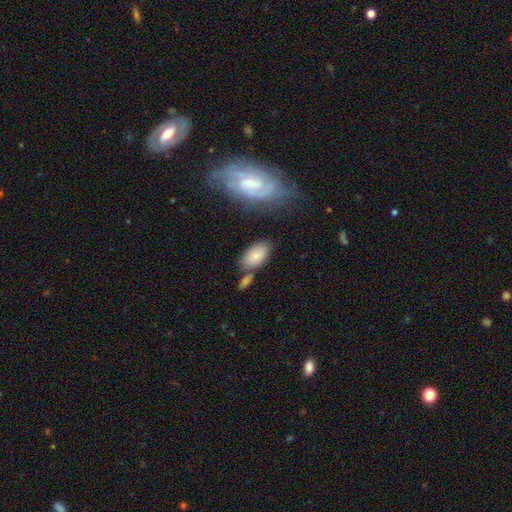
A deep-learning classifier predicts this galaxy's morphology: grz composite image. It shows a smooth galaxy with no disk features (75%) that is in between round and cigar-shaped (93%). Merging: none (60%).